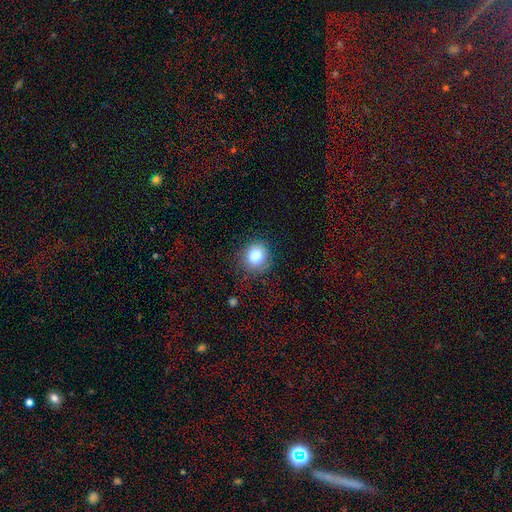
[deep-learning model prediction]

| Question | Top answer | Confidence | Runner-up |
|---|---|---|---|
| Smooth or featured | smooth | 83% | star or artifact (10%) |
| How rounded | round | 85% | in between (14%) |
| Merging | none | 82% | minor disturbance (13%) |